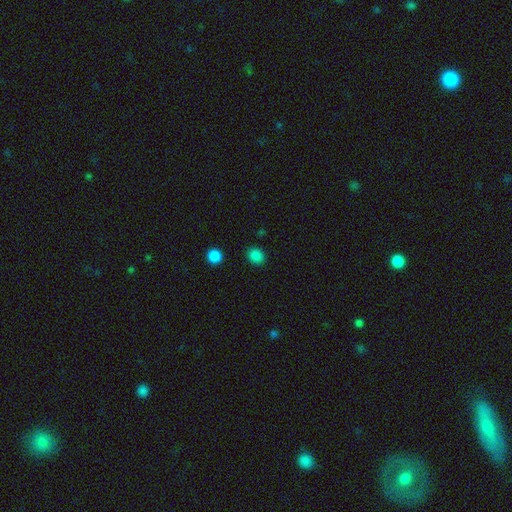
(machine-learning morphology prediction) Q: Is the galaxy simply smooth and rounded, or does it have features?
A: smooth — 84%.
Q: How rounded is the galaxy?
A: round — 70%.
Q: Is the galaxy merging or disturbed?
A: none — 88%.